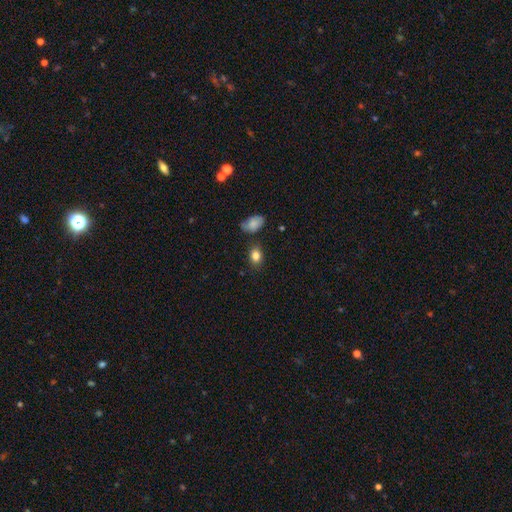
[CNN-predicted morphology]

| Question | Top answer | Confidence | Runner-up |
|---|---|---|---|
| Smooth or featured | smooth | 84% | star or artifact (9%) |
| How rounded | in between | 66% | round (32%) |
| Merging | none | 77% | minor disturbance (14%) |